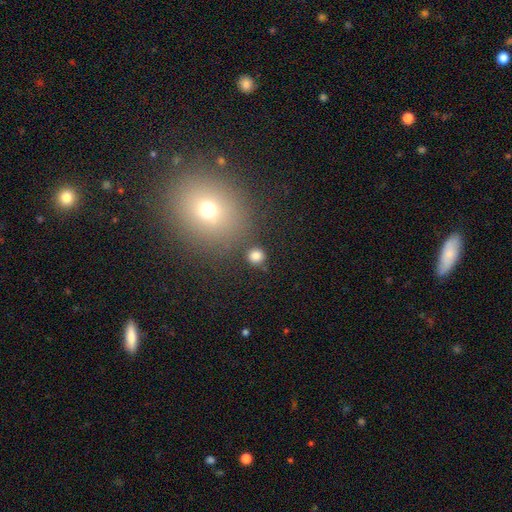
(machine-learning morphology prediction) type=smooth (81%); roundness=round (91%); merging=none (84%).